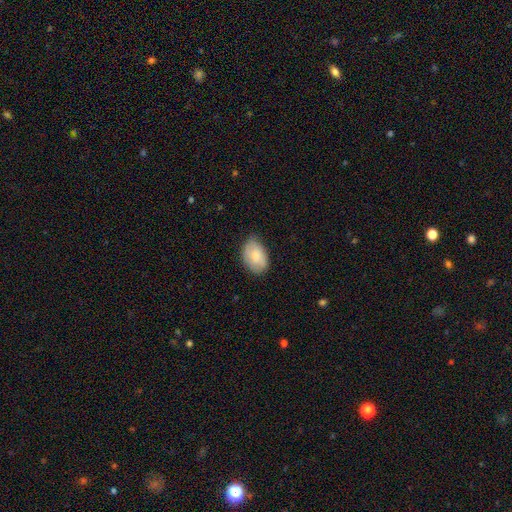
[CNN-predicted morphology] Overall: smooth (79%). How rounded: in between (88%). Merging: none (72%).